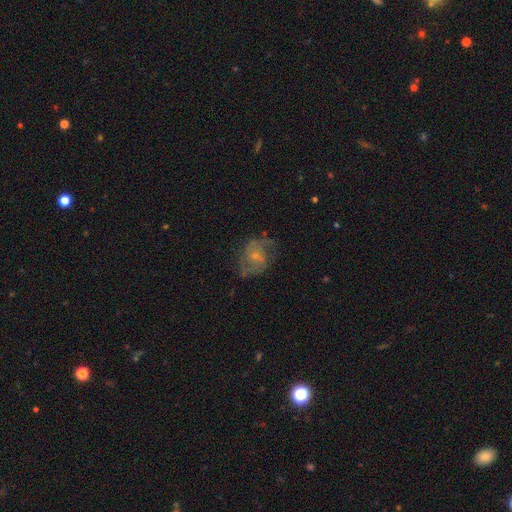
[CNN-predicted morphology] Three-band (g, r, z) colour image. It shows a featured or disk galaxy (75%) with no bar (61%), 2 (80%) medium (51%) spiral arms (88%) and a small central bulge (66%). Merging: none (62%).